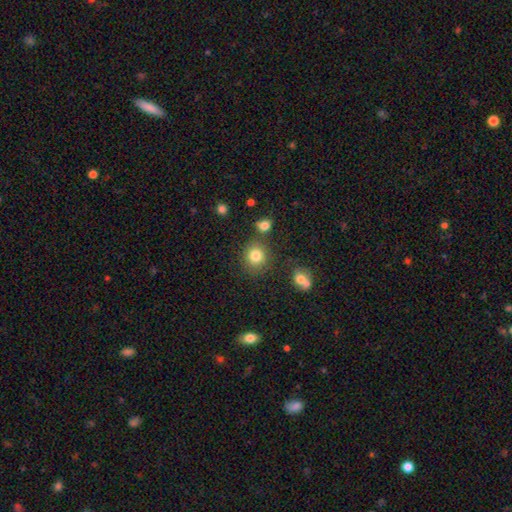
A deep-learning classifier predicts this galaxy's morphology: Q: Smooth or featured?
A: smooth (81%); runner-up: star or artifact (12%)
Q: How rounded?
A: round (86%); runner-up: in between (13%)
Q: Merging?
A: none (78%); runner-up: minor disturbance (10%)